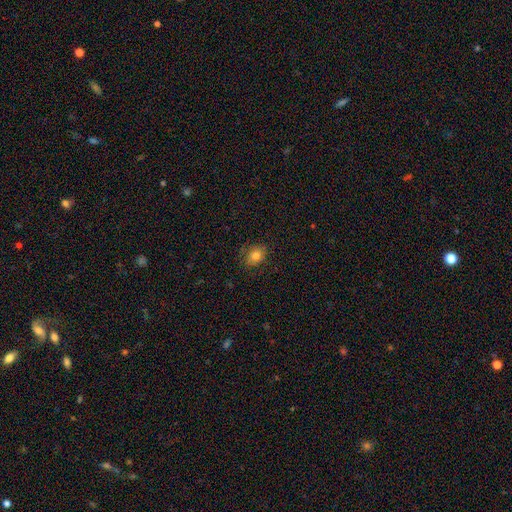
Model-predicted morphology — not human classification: This appears to be a smooth galaxy with no disk features (80%) that is in between round and cigar-shaped (56%). Merging: none (80%).